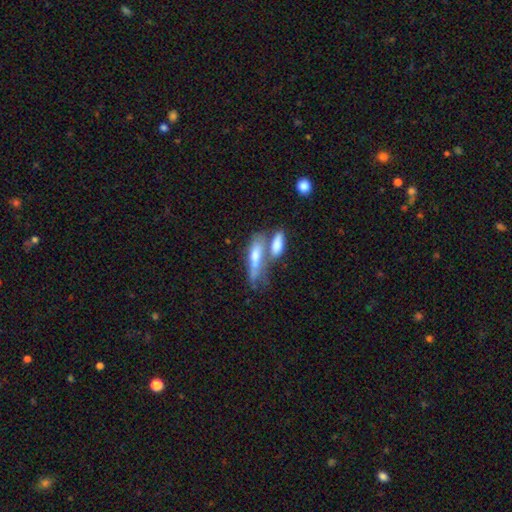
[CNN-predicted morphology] Smooth or featured? Predicted: smooth (p=0.56). How rounded? Predicted: cigar-shaped (p=0.54). Merging? Predicted: merger (p=0.50).